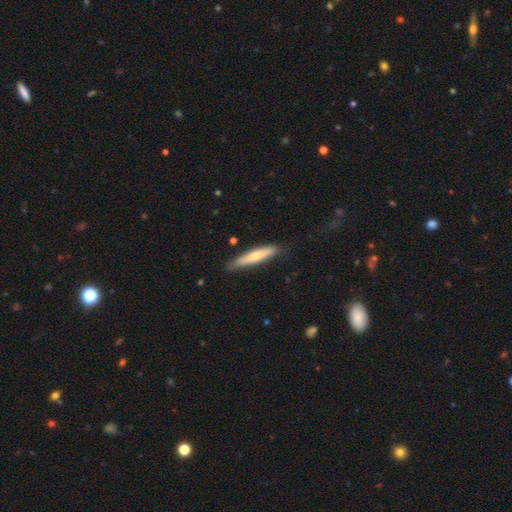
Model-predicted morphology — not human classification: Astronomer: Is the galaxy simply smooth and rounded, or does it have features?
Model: smooth — 60%.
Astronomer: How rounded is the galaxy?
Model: cigar-shaped — 87%.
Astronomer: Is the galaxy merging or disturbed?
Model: none — 82%.